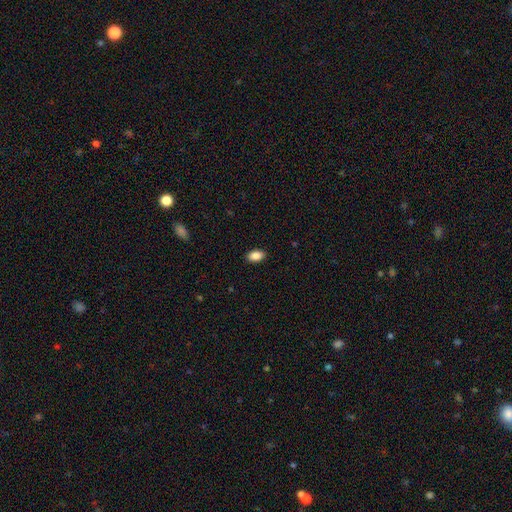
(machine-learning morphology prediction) smooth_or_featured: smooth (p=0.88) [alt: star or artifact p=0.08]
how_rounded: in between (p=0.91) [alt: round p=0.07]
merging: none (p=0.90) [alt: minor disturbance p=0.08]